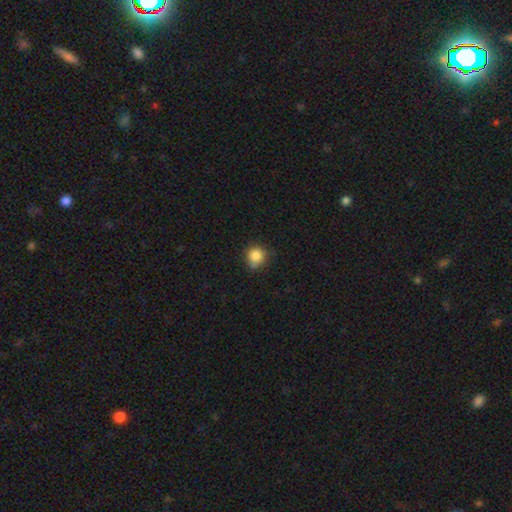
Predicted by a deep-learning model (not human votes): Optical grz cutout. It shows a smooth galaxy with no disk features (84%) that is round (89%). Merging: none (71%).